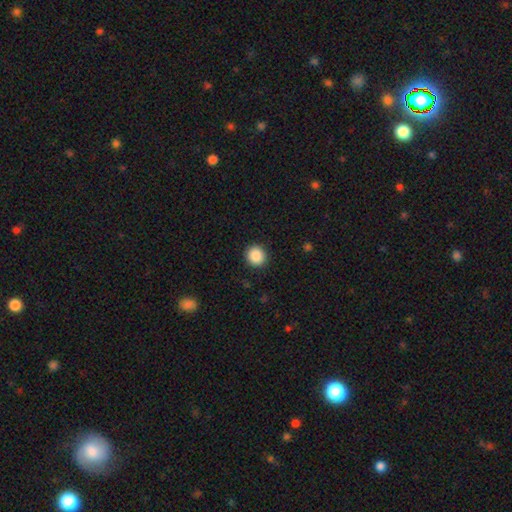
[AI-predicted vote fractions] Q: Smooth or featured?
A: smooth (88%); runner-up: star or artifact (9%)
Q: How rounded?
A: round (89%); runner-up: in between (10%)
Q: Merging?
A: none (92%); runner-up: minor disturbance (6%)